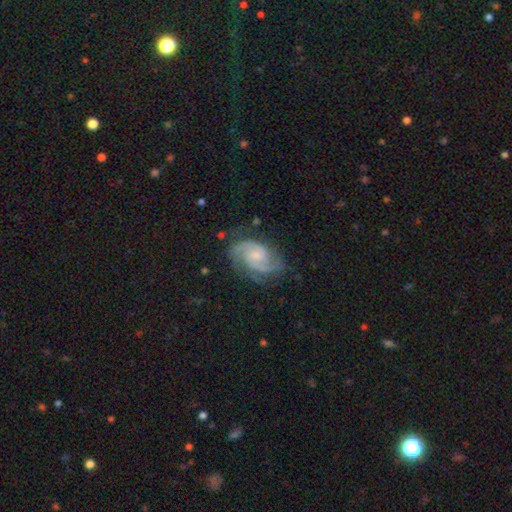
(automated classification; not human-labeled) Overall: featured or disk (88%). Edge-on disk: no (98%). Bar: no (53%; weak 41%). Spiral arms: yes (98%). Spiral arm count: 2 (78%). Spiral winding: medium (52%; tight 36%). Bulge size: small (57%; moderate 27%). Merging: none (72%).